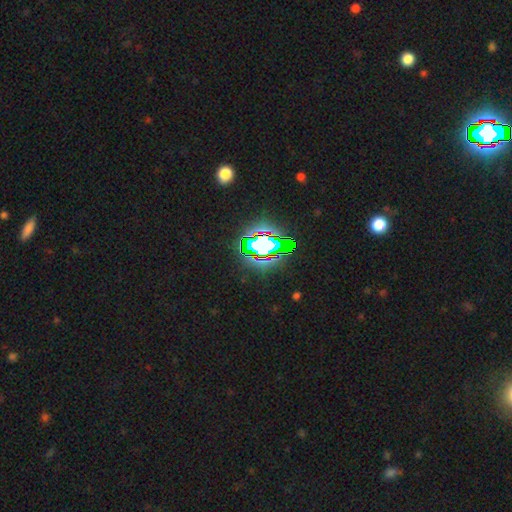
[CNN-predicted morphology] A star or artifact, not a galaxy (71%).

Vote fractions:
- Smooth or featured? star or artifact: 71% / smooth: 15% / featured or disk: 13%